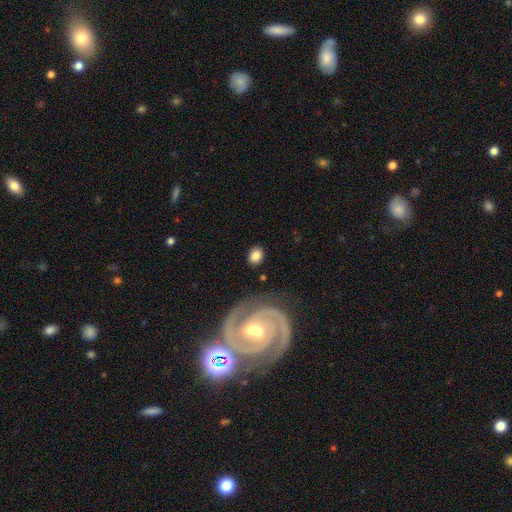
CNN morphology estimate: smooth 79%, featured or disk 13%, star or artifact 8%. Down the decision tree: how rounded — in between (52%); merging — none (81%).